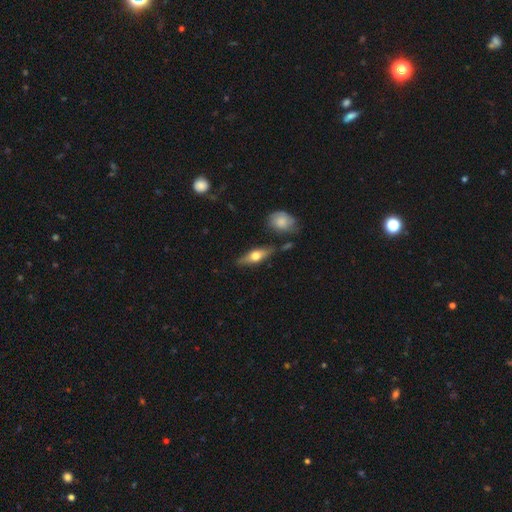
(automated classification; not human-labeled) Q: Smooth or featured?
A: smooth (47%); runner-up: featured or disk (46%)
Q: Merging?
A: none (79%); runner-up: minor disturbance (13%)